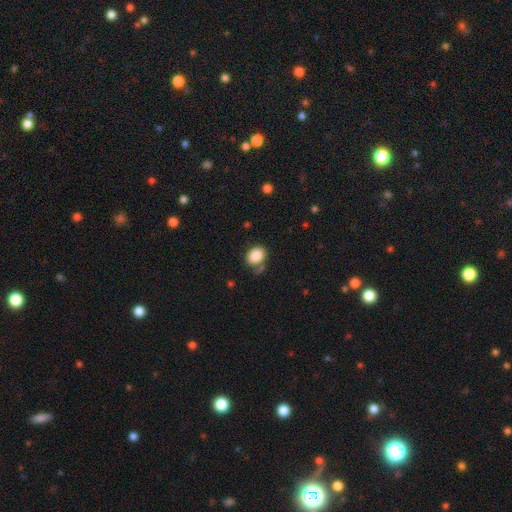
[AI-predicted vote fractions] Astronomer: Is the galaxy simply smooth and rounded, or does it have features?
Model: smooth — 86%.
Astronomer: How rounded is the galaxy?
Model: in between — 65%.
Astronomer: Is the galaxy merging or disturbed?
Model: none — 68%.